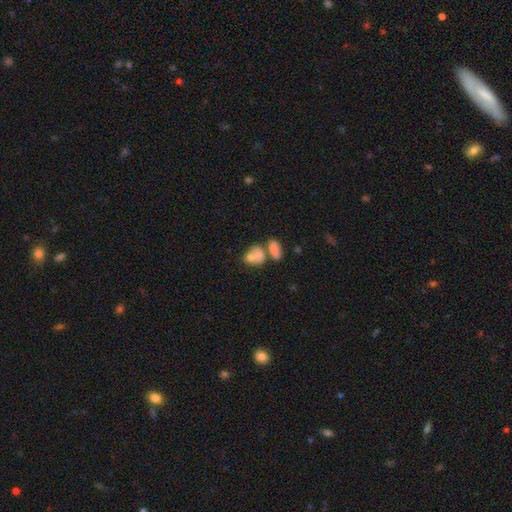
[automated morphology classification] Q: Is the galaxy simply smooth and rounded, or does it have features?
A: smooth — 73%.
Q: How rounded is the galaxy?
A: in between — 66%.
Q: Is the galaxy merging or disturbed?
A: merger — 60%.